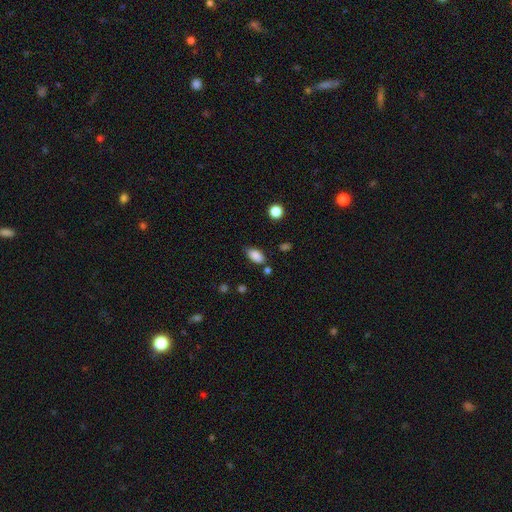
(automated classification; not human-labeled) smooth 87%, star or artifact 8%, featured or disk 5%. Down the decision tree: how rounded — in between (91%); merging — none (74%).